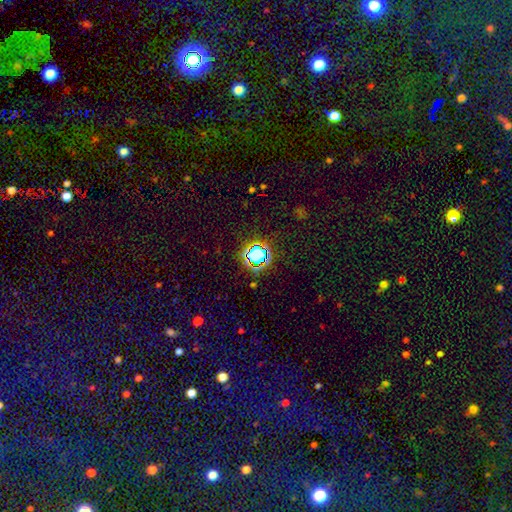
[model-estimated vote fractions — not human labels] The model was most divided on "smooth or featured": star or artifact: 60%, smooth: 29%, featured or disk: 11%.